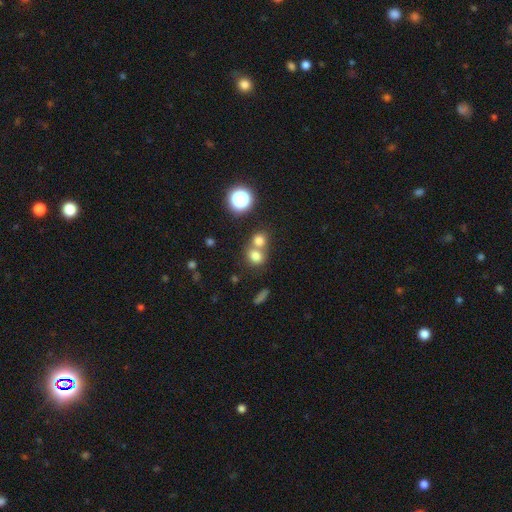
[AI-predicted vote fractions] This is likely a smooth galaxy (75%). How rounded: likely round (73%). Merging: possibly merger (48%).